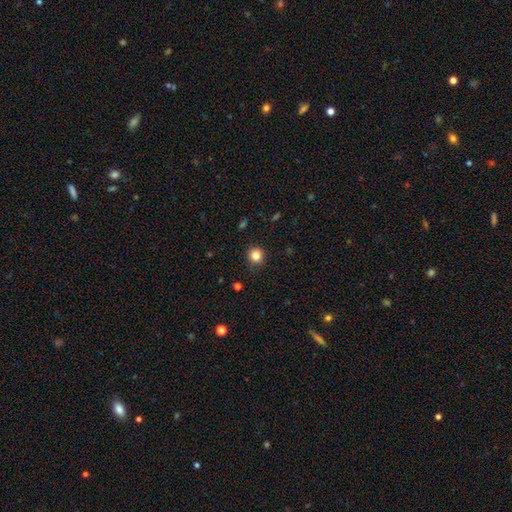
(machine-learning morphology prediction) The model was most divided on "smooth or featured": smooth: 83%, star or artifact: 12%, featured or disk: 5%. More confident: how rounded — round (92%); merging — none (90%).